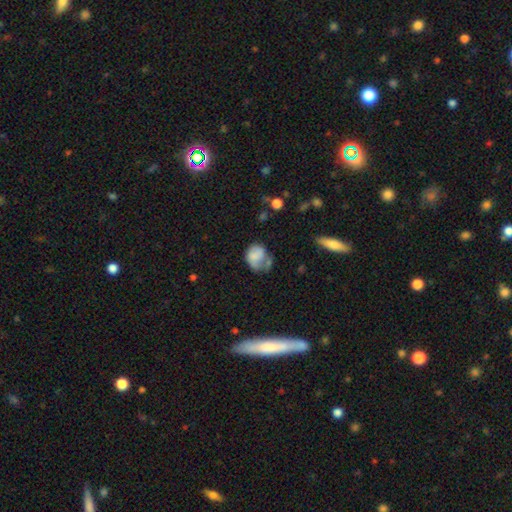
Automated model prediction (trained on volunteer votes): A smooth galaxy with no disk features (64%) that is round (58%). Merging: none (31%).